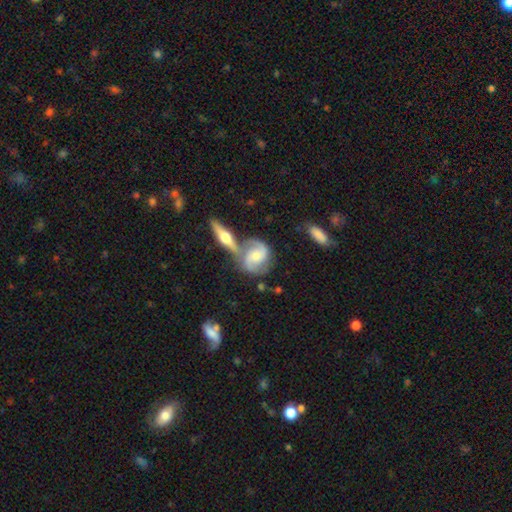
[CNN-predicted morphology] type=featured or disk (81%); edge-on=no (91%); bar=no (49%); spiral arms=yes (95%); winding=medium (53%); arm count=2 (89%); bulge=moderate (51%); merging=none (48%).